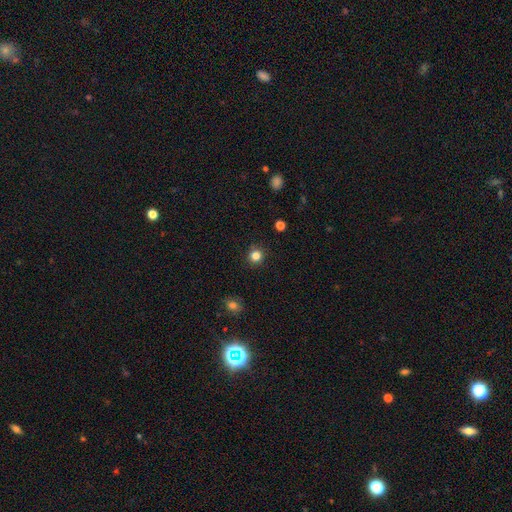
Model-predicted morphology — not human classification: smooth 83%, star or artifact 13%, featured or disk 4%. Down the decision tree: how rounded — round (93%); merging — none (90%).